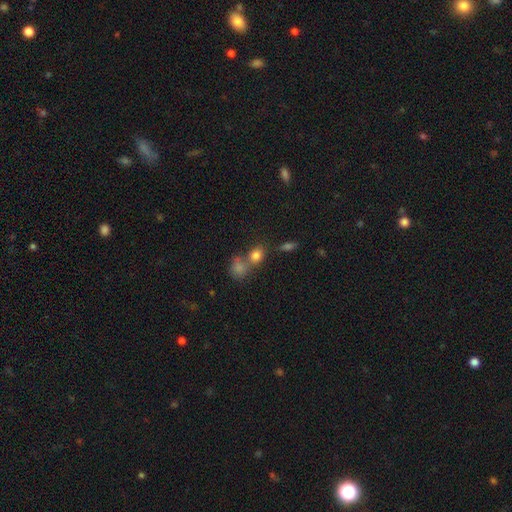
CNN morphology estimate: The model was most divided on "merging": none: 47%, merger: 40%, minor disturbance: 9%, major disturbance: 4%. More confident: smooth or featured — smooth (79%); how rounded — round (58%).